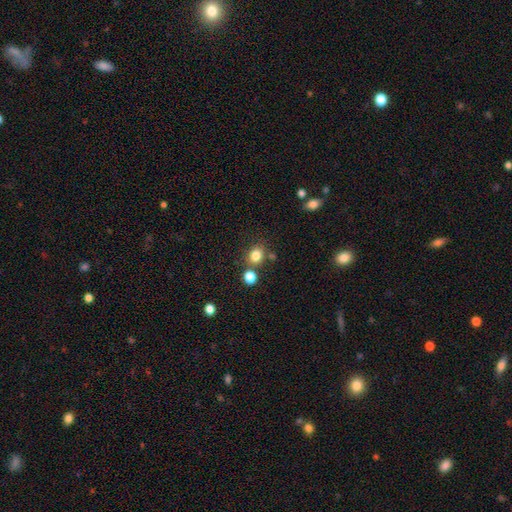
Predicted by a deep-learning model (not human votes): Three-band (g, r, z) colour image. It shows a smooth galaxy with no disk features (81%) that is round (67%). Merging: none (71%).